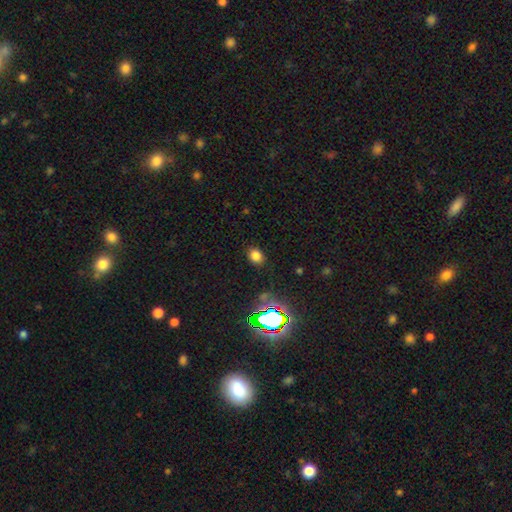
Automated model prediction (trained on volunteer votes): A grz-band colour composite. It shows a smooth galaxy with no disk features (75%) that is in between round and cigar-shaped (51%). Merging: none (86%).